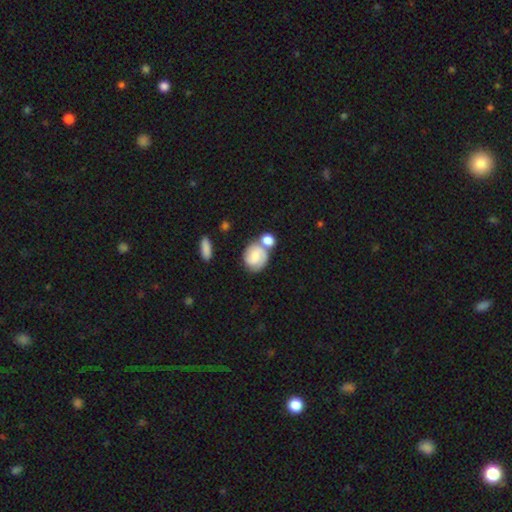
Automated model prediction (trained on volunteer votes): This is possibly a smooth galaxy (47%). Merging: marginally none (41%).